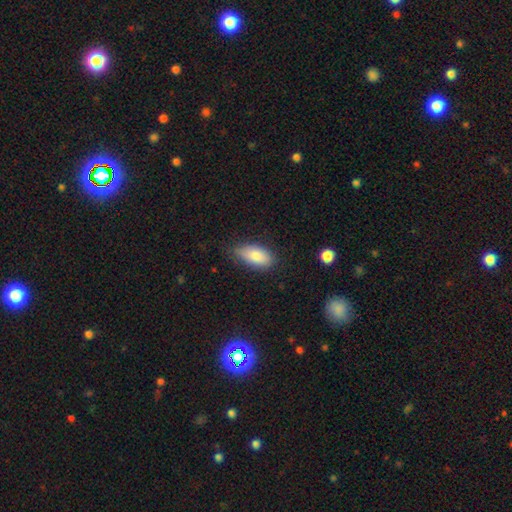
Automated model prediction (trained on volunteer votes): Smooth or featured? Predicted: smooth (p=0.81). How rounded? Predicted: in between (p=0.88). Merging? Predicted: none (p=0.74).